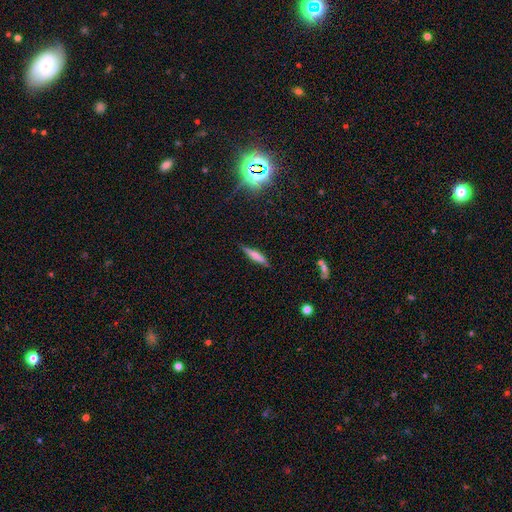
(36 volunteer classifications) This is likely a smooth galaxy (61%). How rounded: clearly cigar-shaped (91%). Merging: clearly none (85%).